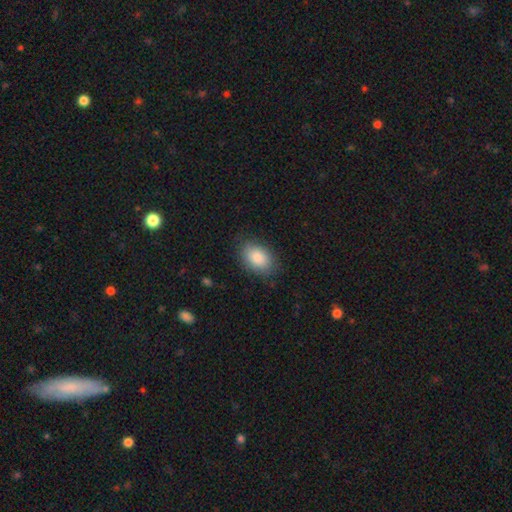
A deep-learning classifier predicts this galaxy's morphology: A smooth galaxy with no disk features (87%) that is in between round and cigar-shaped (86%).

Vote fractions:
- Smooth or featured? smooth: 87% / star or artifact: 7% / featured or disk: 6%
- How rounded? in between: 86% / round: 13% / cigar-shaped: 1%
- Merging? none: 83% / minor disturbance: 13% / major disturbance: 3% / merger: 1%